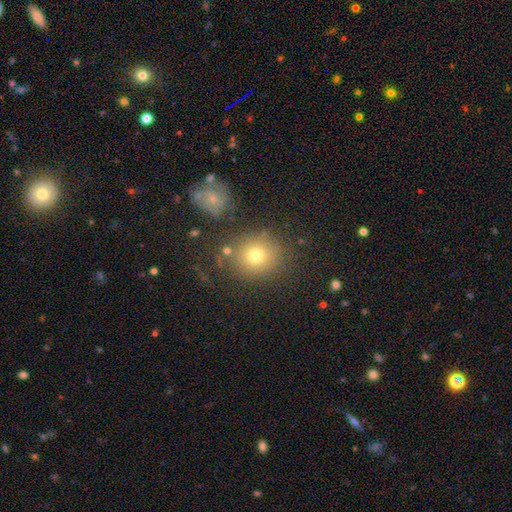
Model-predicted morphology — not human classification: smooth-or-featured: smooth: 73% | star or artifact: 16% | featured or disk: 11%
  how-rounded: round: 82% | in between: 17% | cigar-shaped: 1%
  merging: none: 77% | minor disturbance: 11% | merger: 7% | major disturbance: 5%